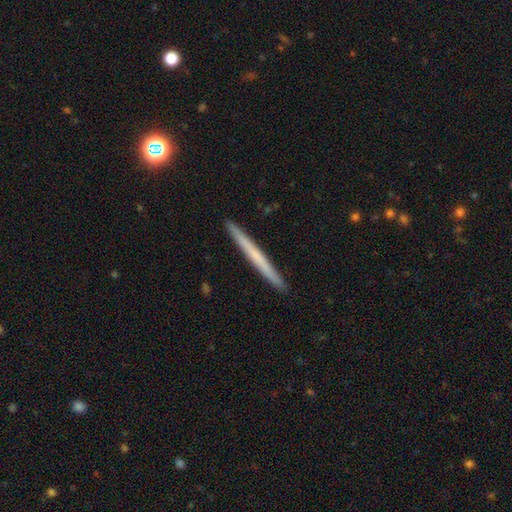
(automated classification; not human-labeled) Smooth or featured?
  - smooth: 51% *
  - featured or disk: 43%
  - star or artifact: 5%
How rounded?
  - cigar-shaped: 97% *
  - in between: 1%
  - round: 1%
Merging?
  - none: 93% *
  - minor disturbance: 5%
  - major disturbance: 1%
  - merger: 1%